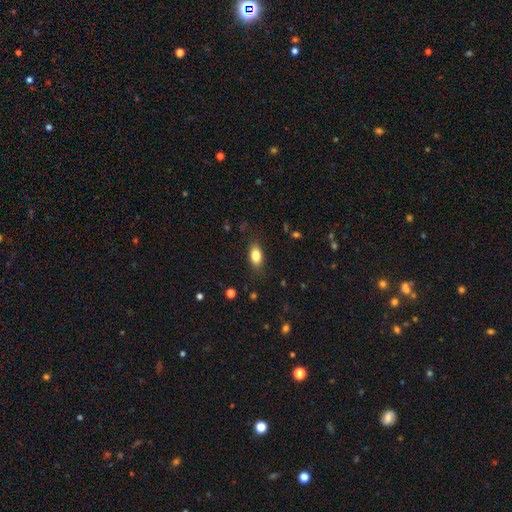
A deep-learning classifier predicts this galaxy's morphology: Smooth or featured?
  - smooth: 81% *
  - featured or disk: 10%
  - star or artifact: 9%
How rounded?
  - in between: 85% *
  - round: 9%
  - cigar-shaped: 6%
Merging?
  - none: 83% *
  - minor disturbance: 13%
  - major disturbance: 3%
  - merger: 1%